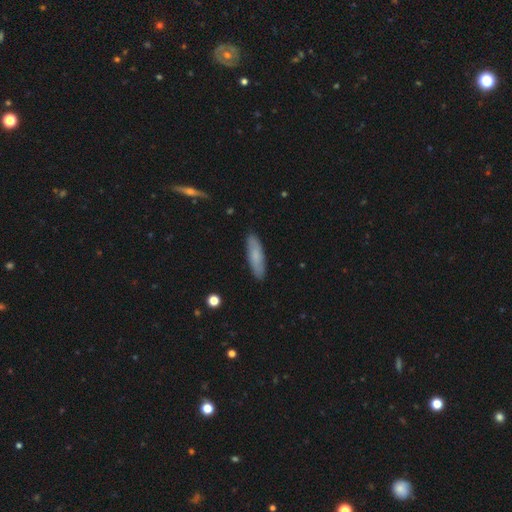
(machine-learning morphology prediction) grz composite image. It shows a smooth galaxy with no disk features (74%) that is cigar-shaped (63%). Merging: none (88%).